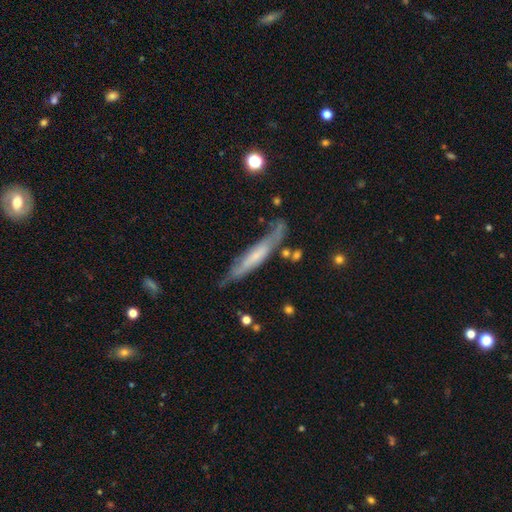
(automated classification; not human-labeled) Smooth or featured: featured or disk — 56% (smooth — 37%)
Edge-on disk: yes — 73% (no — 27%)
Merging: none — 61% (minor disturbance — 25%)